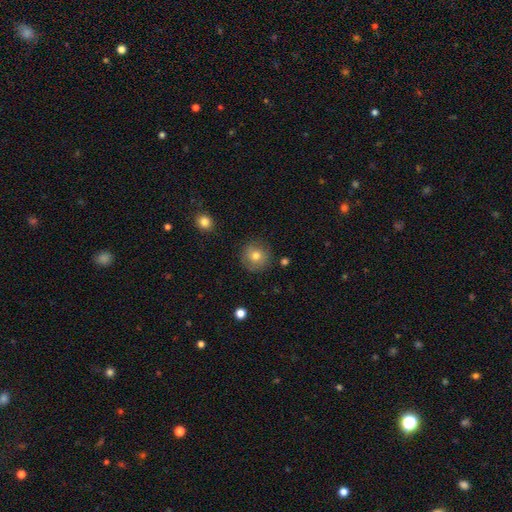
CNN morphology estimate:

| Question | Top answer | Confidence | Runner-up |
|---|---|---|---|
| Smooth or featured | smooth | 75% | featured or disk (14%) |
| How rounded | round | 92% | in between (7%) |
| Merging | none | 85% | minor disturbance (10%) |